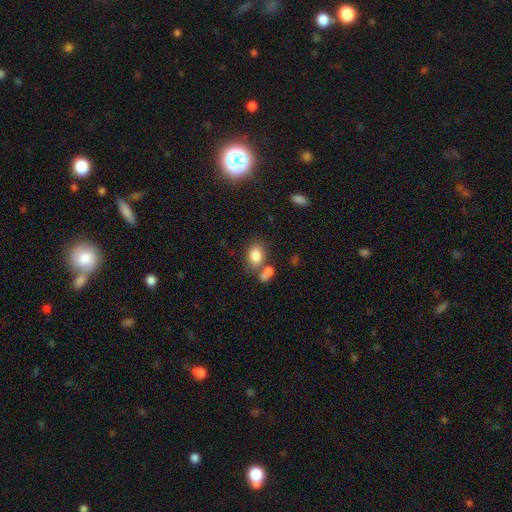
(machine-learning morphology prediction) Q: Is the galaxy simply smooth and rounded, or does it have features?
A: smooth — 81%.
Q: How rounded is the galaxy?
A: in between — 72%.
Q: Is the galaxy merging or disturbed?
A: none — 58%.